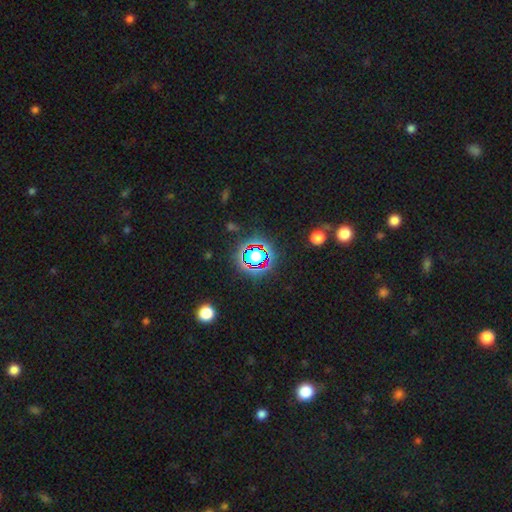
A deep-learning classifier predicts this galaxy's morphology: Smooth or featured? star or artifact (67%)